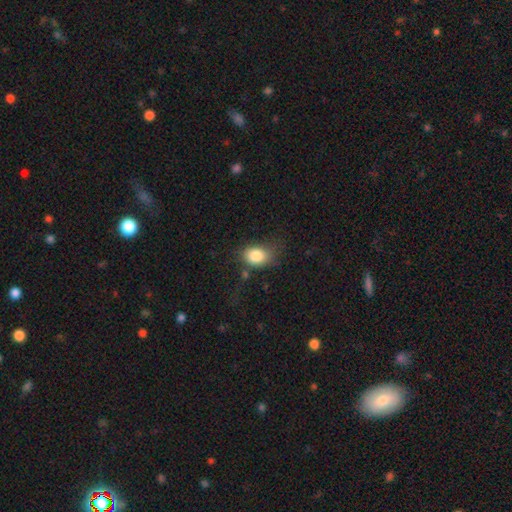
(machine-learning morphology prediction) smooth_or_featured: smooth (p=0.83) [alt: star or artifact p=0.09]
how_rounded: in between (p=0.65) [alt: round p=0.33]
merging: none (p=0.58) [alt: minor disturbance p=0.25]